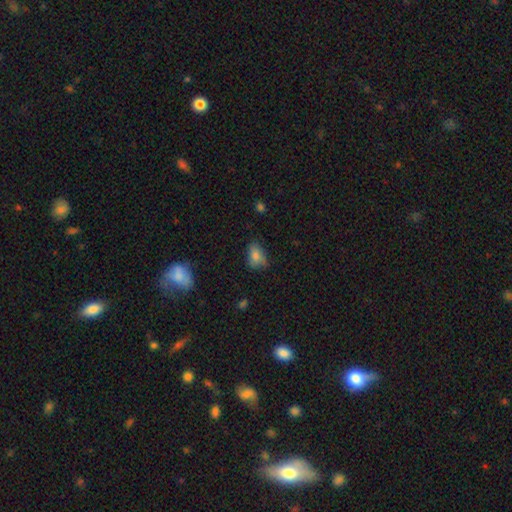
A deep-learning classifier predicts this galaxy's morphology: A smooth galaxy with no disk features (79%) that is in between round and cigar-shaped (78%). Merging: none (59%).